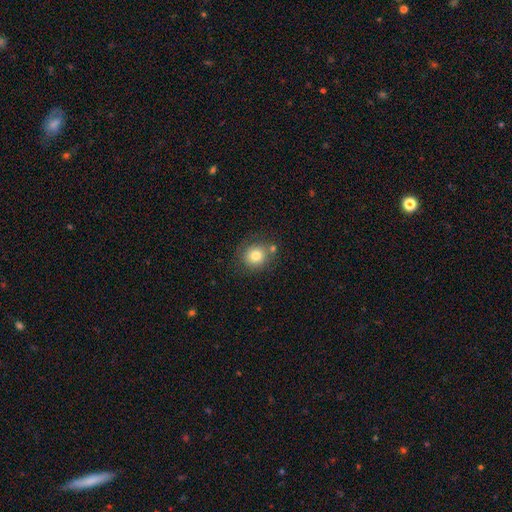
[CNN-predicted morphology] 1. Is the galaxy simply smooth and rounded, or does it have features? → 79% smooth, 11% star or artifact, 10% featured or disk.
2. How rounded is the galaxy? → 85% round, 14% in between, 1% cigar-shaped.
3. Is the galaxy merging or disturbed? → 71% none, 13% minor disturbance, 12% merger, 4% major disturbance.